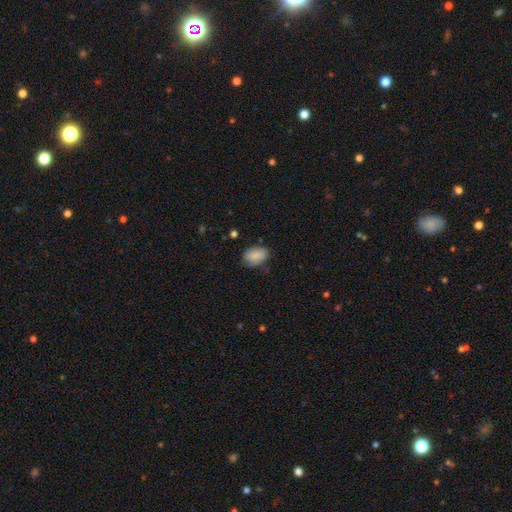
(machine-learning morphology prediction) smooth-or-featured: smooth: 83% | featured or disk: 10% | star or artifact: 7%
  how-rounded: in between: 84% | round: 15% | cigar-shaped: 1%
  merging: none: 65% | minor disturbance: 27% | major disturbance: 7% | merger: 2%